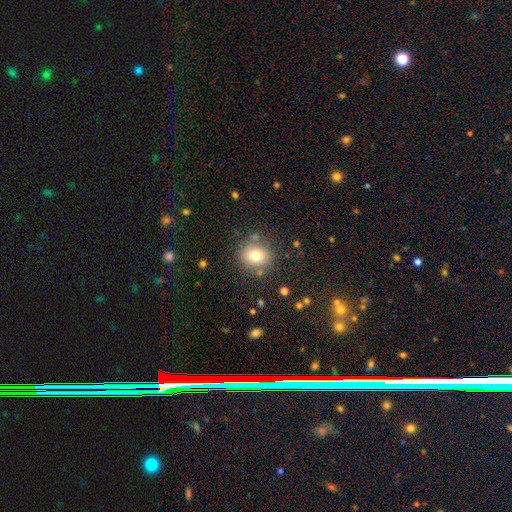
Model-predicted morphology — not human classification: Smooth or featured? smooth (75%)
How rounded? round (76%)
Merging? none (80%)